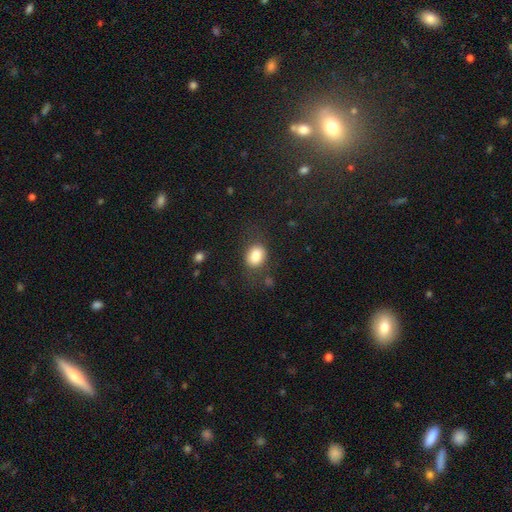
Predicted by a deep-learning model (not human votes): Smooth or featured? smooth (83%)
How rounded? in between (53%)
Merging? none (75%)